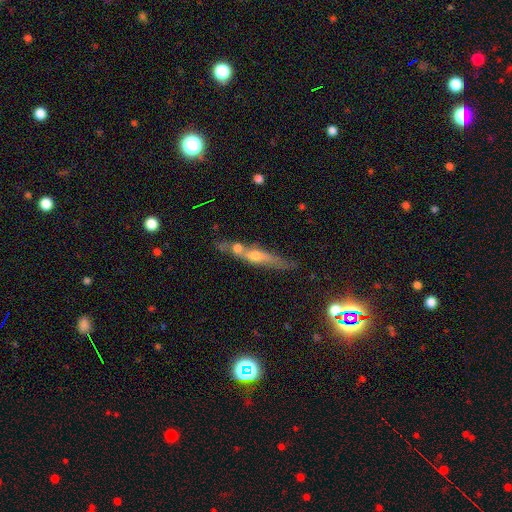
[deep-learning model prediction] Smooth or featured? Predicted: featured or disk (p=0.54). Edge-on disk? Predicted: yes (p=0.78). Merging? Predicted: none (p=0.55).